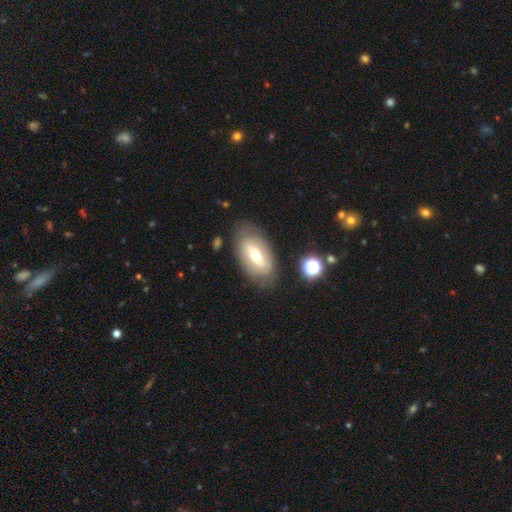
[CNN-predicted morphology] A smooth galaxy with no disk features (52%) that is in between round and cigar-shaped (91%). Merging: none (79%).